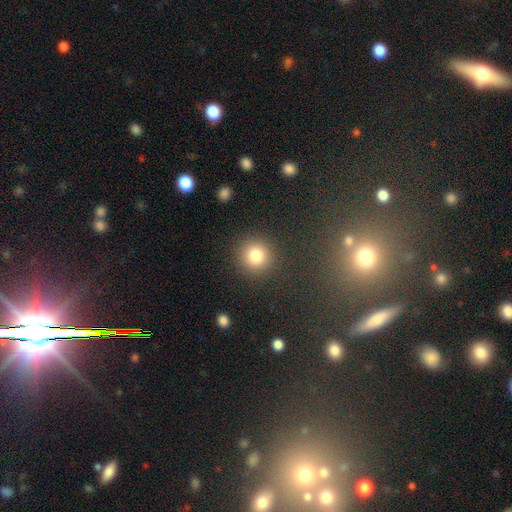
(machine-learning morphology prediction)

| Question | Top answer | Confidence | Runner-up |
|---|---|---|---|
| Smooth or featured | smooth | 82% | star or artifact (11%) |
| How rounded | round | 93% | in between (7%) |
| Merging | none | 89% | minor disturbance (6%) |